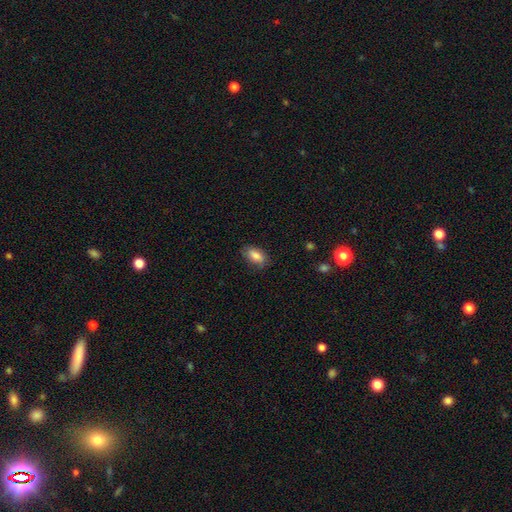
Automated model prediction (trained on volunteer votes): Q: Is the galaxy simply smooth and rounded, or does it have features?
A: smooth — 84%.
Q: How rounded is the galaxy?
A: in between — 90%.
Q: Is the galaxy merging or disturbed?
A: none — 80%.